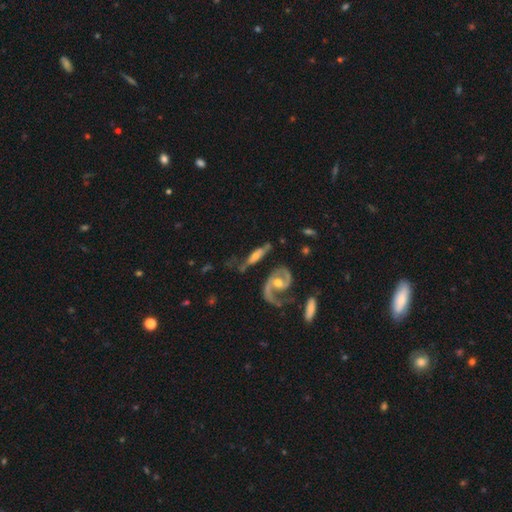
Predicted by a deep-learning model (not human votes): Morphology: type=featured or disk (66%); edge-on=no (69%); merging=none (42%).